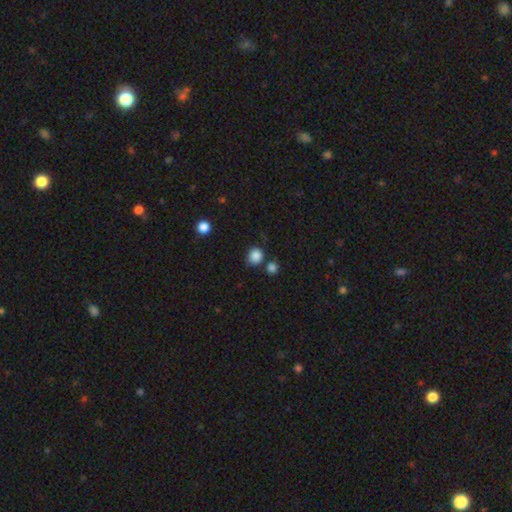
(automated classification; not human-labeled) smooth 85%, star or artifact 11%, featured or disk 4%. Down the decision tree: how rounded — round (80%); merging — none (69%).